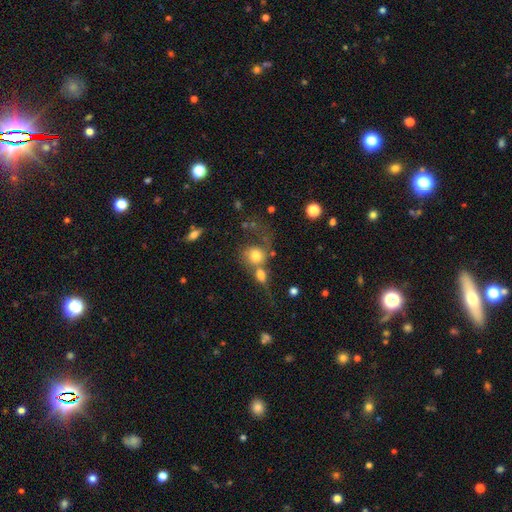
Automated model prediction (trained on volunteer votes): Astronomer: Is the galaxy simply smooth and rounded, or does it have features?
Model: smooth — 66%.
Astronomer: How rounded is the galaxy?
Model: round — 74%.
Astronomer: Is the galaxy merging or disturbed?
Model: merger — 58%.